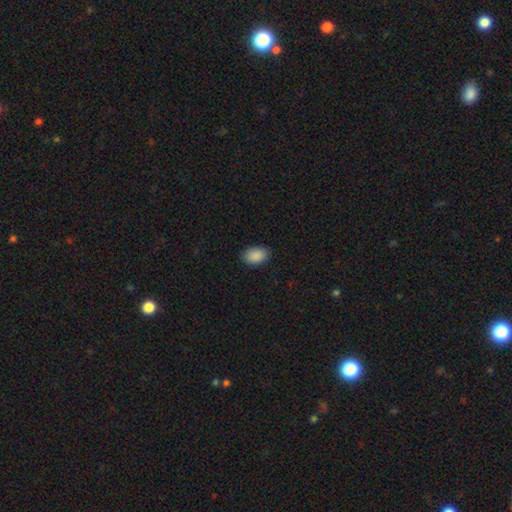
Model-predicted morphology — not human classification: Overall: smooth (90%). How rounded: in between (88%). Merging: none (87%).